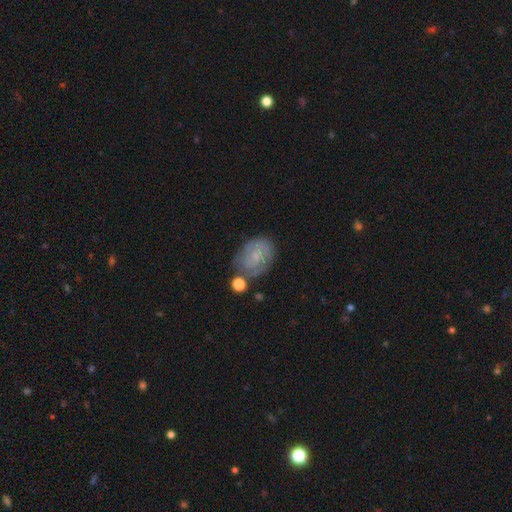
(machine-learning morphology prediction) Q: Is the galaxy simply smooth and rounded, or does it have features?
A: featured or disk — 57%.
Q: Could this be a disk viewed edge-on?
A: no — 97%.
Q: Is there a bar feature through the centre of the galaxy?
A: no — 67%.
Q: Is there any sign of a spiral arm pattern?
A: yes — 80%.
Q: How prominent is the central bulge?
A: small — 74%.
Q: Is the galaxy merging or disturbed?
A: none — 64%.